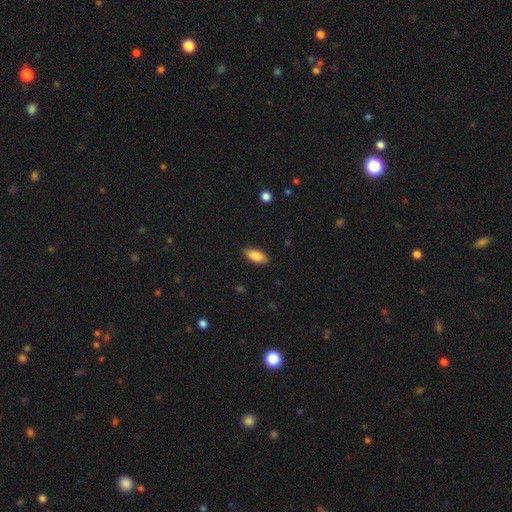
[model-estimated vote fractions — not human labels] A smooth galaxy with no disk features (80%) that is in between round and cigar-shaped (80%). Merging: none (86%).